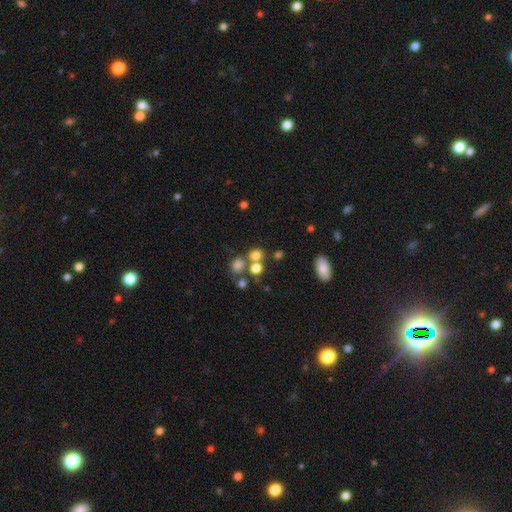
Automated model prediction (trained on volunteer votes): A smooth galaxy with no disk features (73%) that is round (69%).

Vote fractions:
- Smooth or featured? smooth: 73% / star or artifact: 18% / featured or disk: 10%
- How rounded? round: 69% / in between: 29% / cigar-shaped: 1%
- Merging? none: 55% / merger: 30% / minor disturbance: 10% / major disturbance: 5%